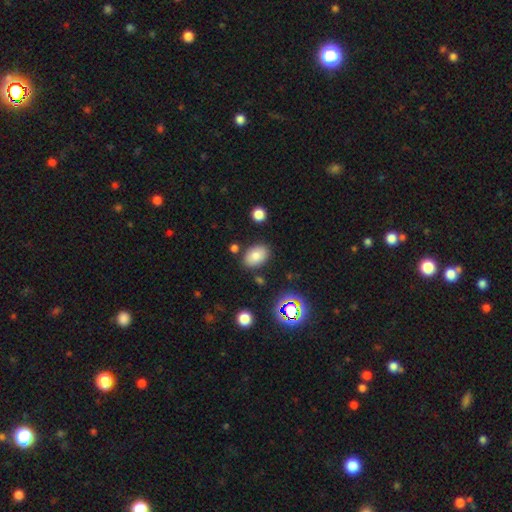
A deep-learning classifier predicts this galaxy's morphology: A smooth galaxy with no disk features (77%) that is in between round and cigar-shaped (85%). Merging: none (81%).